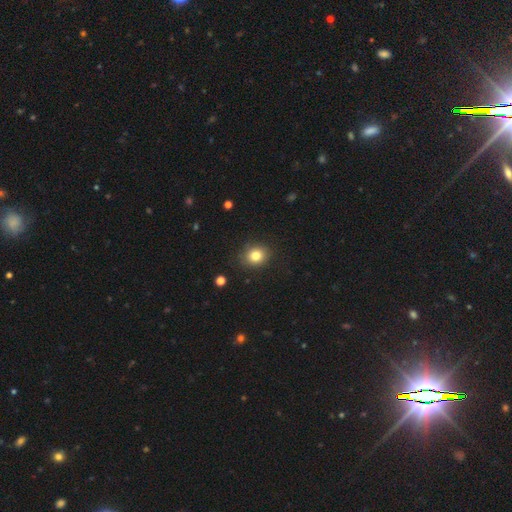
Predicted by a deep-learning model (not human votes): A smooth galaxy with no disk features (81%) that is round (74%). Merging: none (85%).